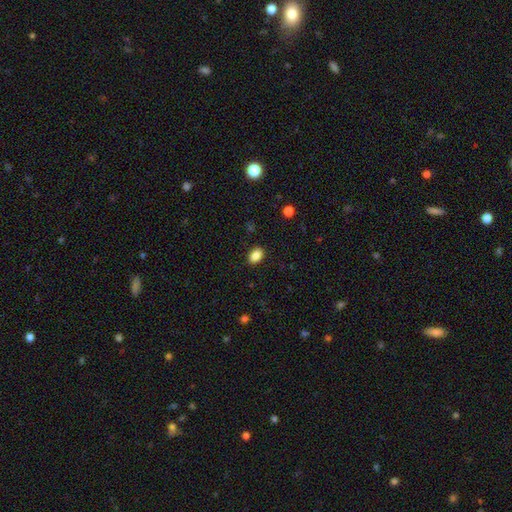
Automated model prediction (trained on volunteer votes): smooth_or_featured: smooth (p=0.87) [alt: star or artifact p=0.09]
how_rounded: in between (p=0.83) [alt: round p=0.15]
merging: none (p=0.88) [alt: minor disturbance p=0.09]